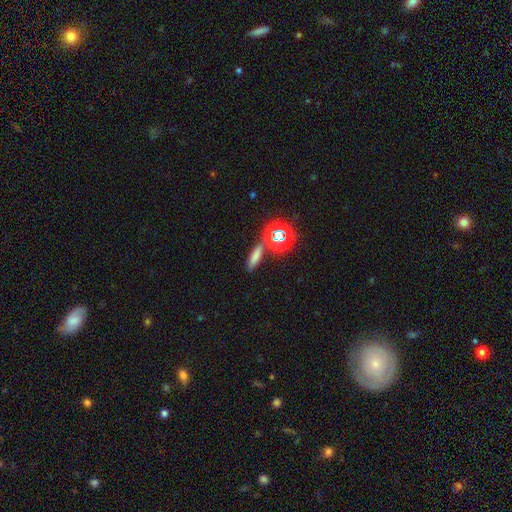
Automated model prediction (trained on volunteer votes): Overall: smooth (67%). How rounded: cigar-shaped (62%; in between 30%). Merging: none (77%).